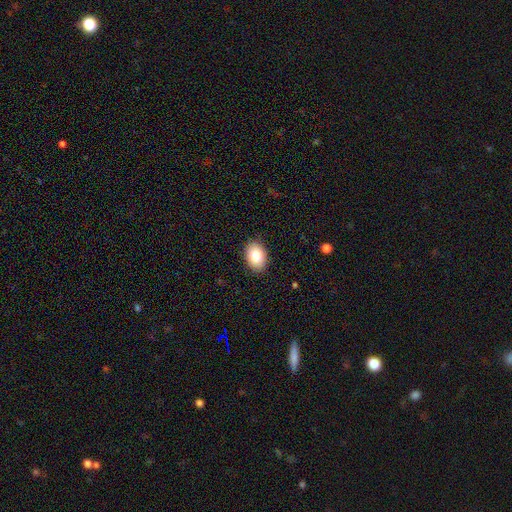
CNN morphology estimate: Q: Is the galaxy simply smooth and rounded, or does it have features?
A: smooth — 82%.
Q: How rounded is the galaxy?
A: in between — 80%.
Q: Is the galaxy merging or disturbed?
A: none — 88%.